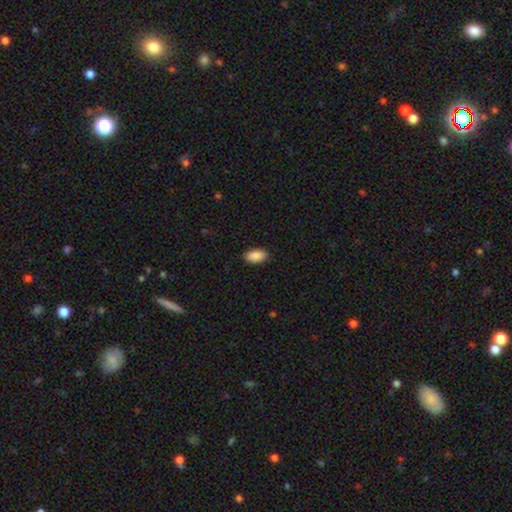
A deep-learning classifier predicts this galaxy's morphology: Smooth or featured?
  - smooth: 89% *
  - star or artifact: 6%
  - featured or disk: 4%
How rounded?
  - in between: 94% *
  - round: 3%
  - cigar-shaped: 2%
Merging?
  - none: 89% *
  - minor disturbance: 8%
  - major disturbance: 2%
  - merger: 1%